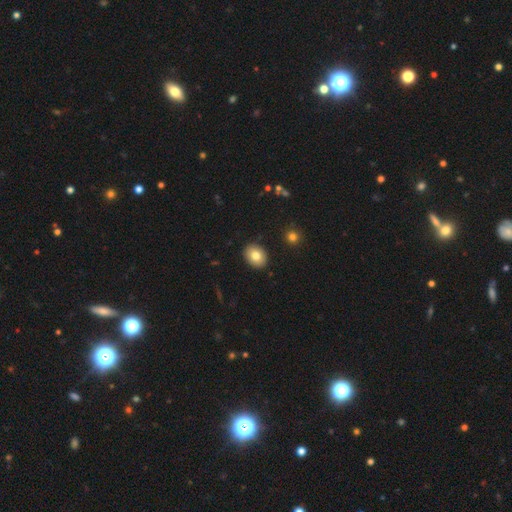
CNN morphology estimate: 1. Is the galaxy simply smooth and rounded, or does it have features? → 80% smooth, 12% featured or disk, 9% star or artifact.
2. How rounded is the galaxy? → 64% in between, 35% round, 1% cigar-shaped.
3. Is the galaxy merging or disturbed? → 90% none, 7% minor disturbance, 2% major disturbance, 1% merger.